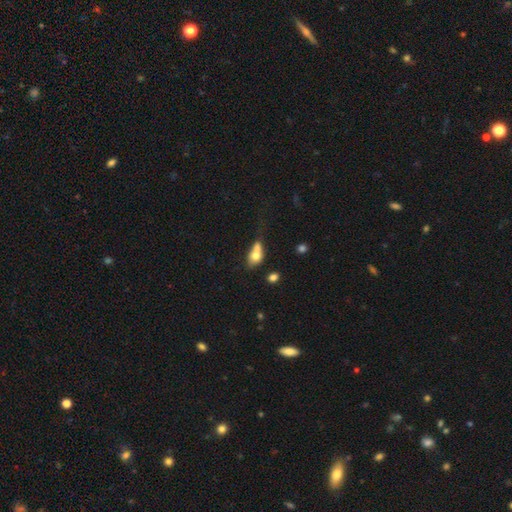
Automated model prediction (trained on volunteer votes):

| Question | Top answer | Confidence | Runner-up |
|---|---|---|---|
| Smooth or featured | smooth | 68% | featured or disk (22%) |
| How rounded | in between | 67% | round (27%) |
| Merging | merger | 55% | none (22%) |